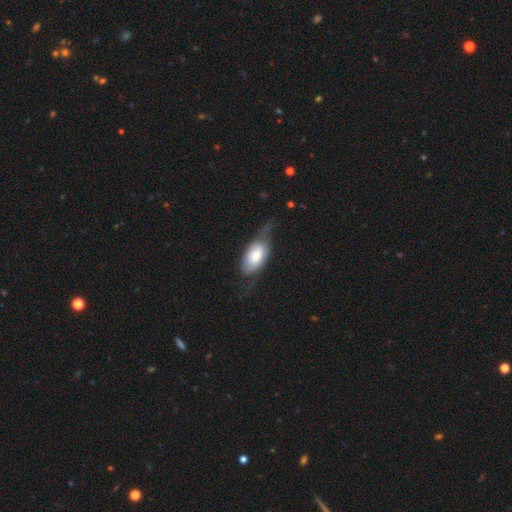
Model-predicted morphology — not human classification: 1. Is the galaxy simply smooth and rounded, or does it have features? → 58% smooth, 36% featured or disk, 6% star or artifact.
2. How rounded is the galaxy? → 90% in between, 5% round, 5% cigar-shaped.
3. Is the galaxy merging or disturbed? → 43% none, 31% minor disturbance, 24% major disturbance, 2% merger.